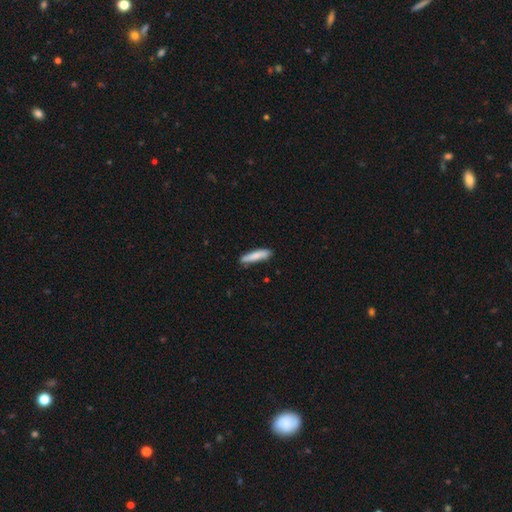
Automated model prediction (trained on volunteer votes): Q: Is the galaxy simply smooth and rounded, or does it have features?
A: smooth — 82%.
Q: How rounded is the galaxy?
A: cigar-shaped — 83%.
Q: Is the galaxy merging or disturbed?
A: none — 82%.